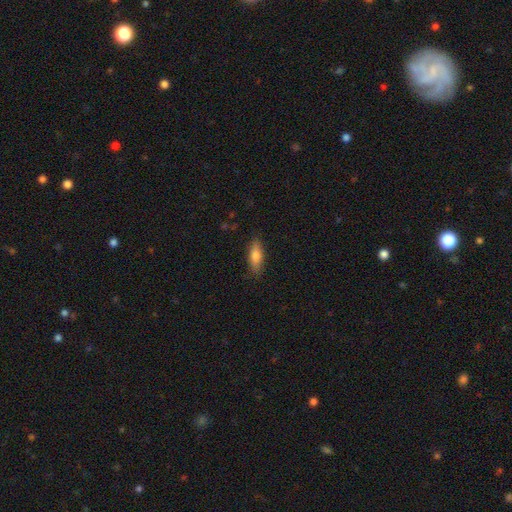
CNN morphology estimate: A smooth galaxy with no disk features (72%) that is in between round and cigar-shaped (56%). Merging: none (85%).